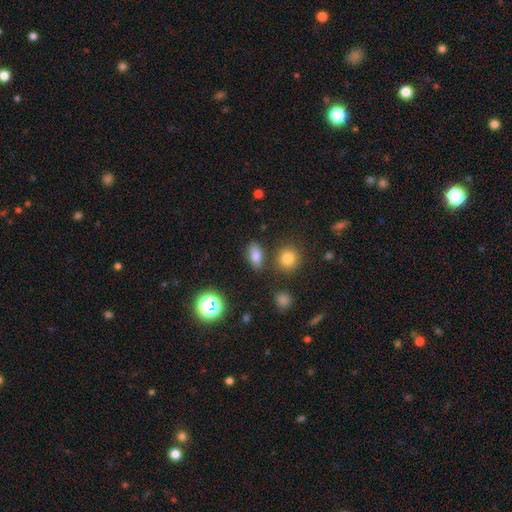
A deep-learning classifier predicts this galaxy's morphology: Smooth or featured?
  - smooth: 78% *
  - star or artifact: 14%
  - featured or disk: 8%
How rounded?
  - in between: 83% *
  - round: 12%
  - cigar-shaped: 4%
Merging?
  - none: 78% *
  - minor disturbance: 12%
  - merger: 7%
  - major disturbance: 3%